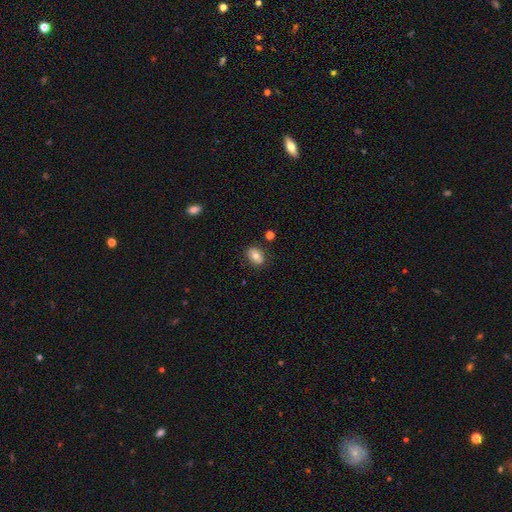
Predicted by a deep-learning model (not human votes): Morphology: type=smooth (72%); roundness=in between (69%); merging=none (82%).